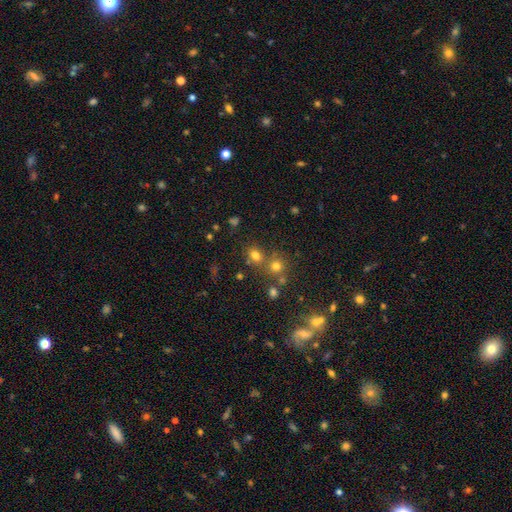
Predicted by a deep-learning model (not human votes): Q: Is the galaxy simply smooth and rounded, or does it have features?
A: smooth — 65%.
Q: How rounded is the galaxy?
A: round — 71%.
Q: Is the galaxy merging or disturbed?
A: none — 63%.